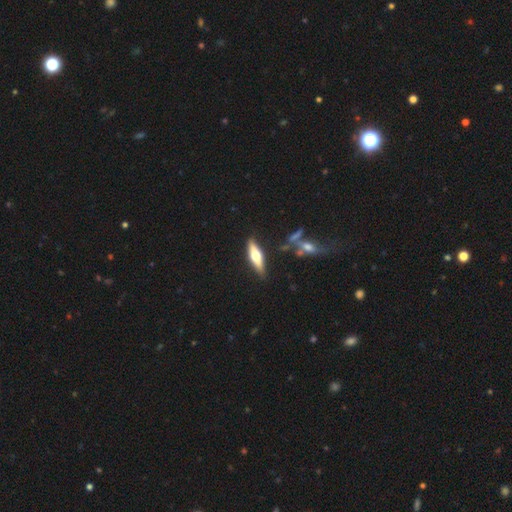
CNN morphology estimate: The model was most divided on "smooth or featured": featured or disk: 56%, smooth: 38%, star or artifact: 6%. More confident: edge-on bulge — rounded (94%); edge-on disk — yes (93%); merging — none (84%).